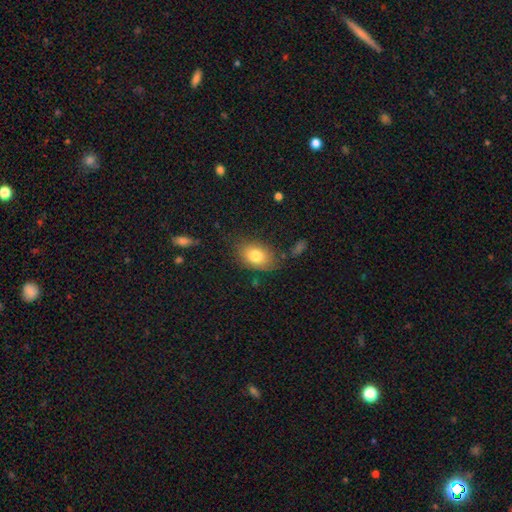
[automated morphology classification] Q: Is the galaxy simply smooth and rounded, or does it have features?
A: smooth — 79%.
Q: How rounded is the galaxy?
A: in between — 81%.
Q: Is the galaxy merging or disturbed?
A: none — 75%.